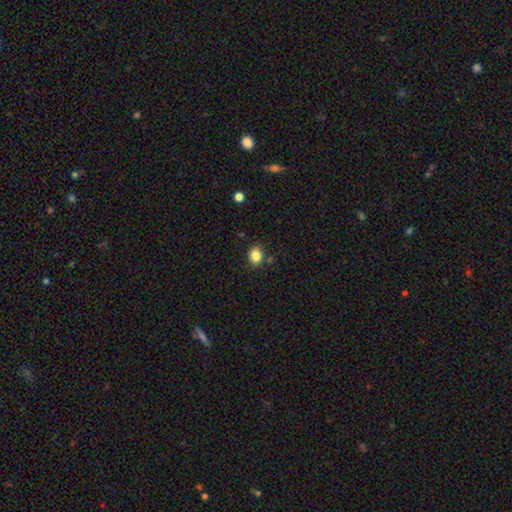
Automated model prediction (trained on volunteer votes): This is clearly a smooth galaxy (85%). How rounded: likely in between (60%). Merging: clearly none (84%).